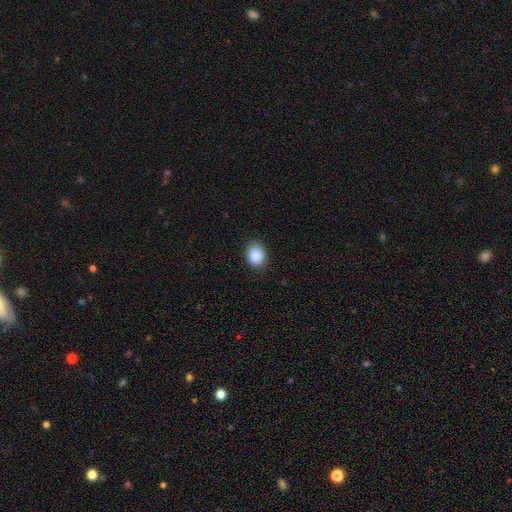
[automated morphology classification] Smooth or featured? smooth (88%)
How rounded? in between (64%)
Merging? none (81%)